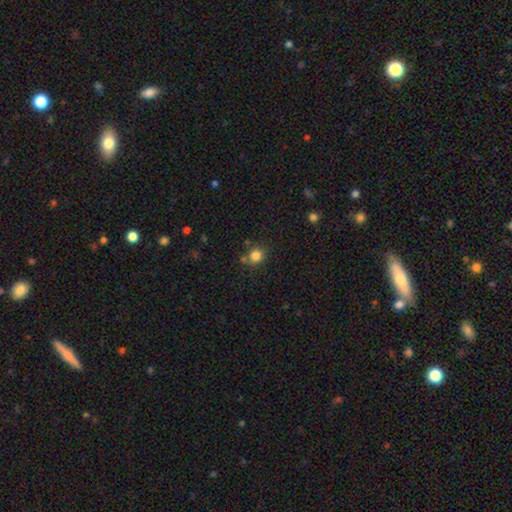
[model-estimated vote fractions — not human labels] Smooth or featured? Predicted: smooth (p=0.82). How rounded? Predicted: round (p=0.82). Merging? Predicted: none (p=0.76).